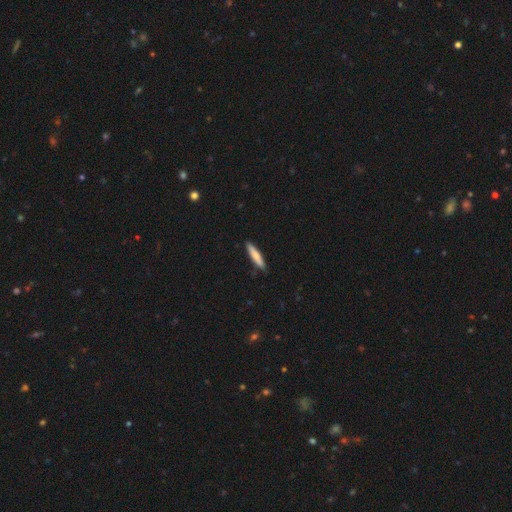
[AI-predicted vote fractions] smooth 74%, featured or disk 21%, star or artifact 5%. Down the decision tree: how rounded — cigar-shaped (88%); merging — none (89%).